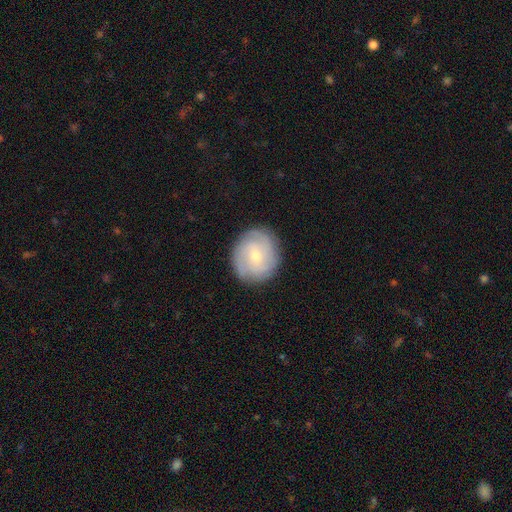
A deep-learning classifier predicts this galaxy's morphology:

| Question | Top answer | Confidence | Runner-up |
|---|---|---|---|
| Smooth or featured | featured or disk | 66% | smooth (27%) |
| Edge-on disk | no | 97% | yes (3%) |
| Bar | no | 63% | weak (32%) |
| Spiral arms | yes | 90% | no (10%) |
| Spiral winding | tight | 60% | medium (31%) |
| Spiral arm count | can't tell | 32% | 3 (26%) |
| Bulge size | small | 56% | moderate (40%) |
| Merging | none | 85% | minor disturbance (11%) |